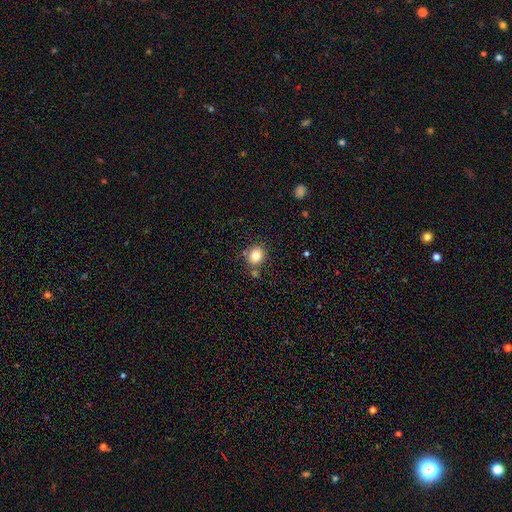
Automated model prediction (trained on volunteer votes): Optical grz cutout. It shows a smooth galaxy with no disk features (82%) that is round (75%). Merging: none (76%).